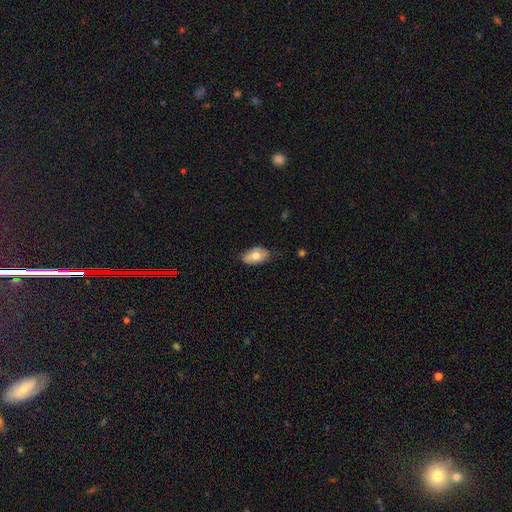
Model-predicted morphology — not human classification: The model was most divided on "smooth or featured": smooth: 70%, featured or disk: 23%, star or artifact: 7%. More confident: how rounded — in between (92%); merging — none (72%).